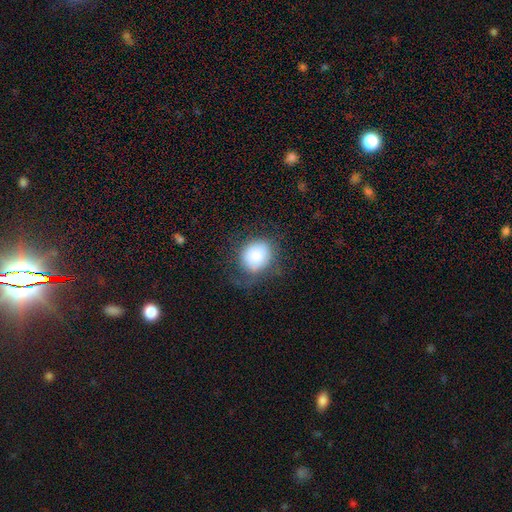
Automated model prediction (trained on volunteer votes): The model was most divided on "merging": none: 54%, minor disturbance: 26%, major disturbance: 18%, merger: 2%. More confident: smooth or featured — smooth (80%); how rounded — round (69%).